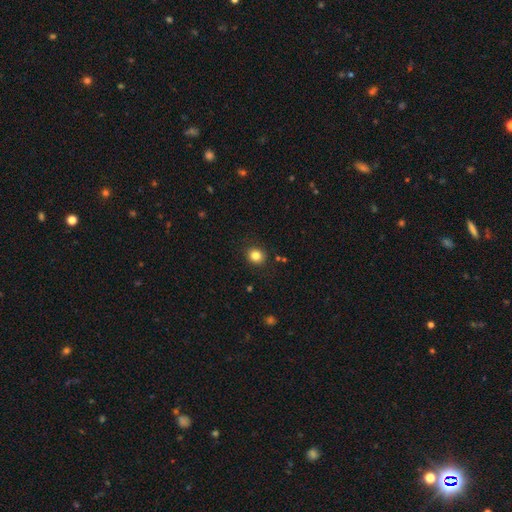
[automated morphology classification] smooth_or_featured: smooth (p=0.83) [alt: star or artifact p=0.11]
how_rounded: round (p=0.74) [alt: in between p=0.25]
merging: none (p=0.88) [alt: minor disturbance p=0.08]